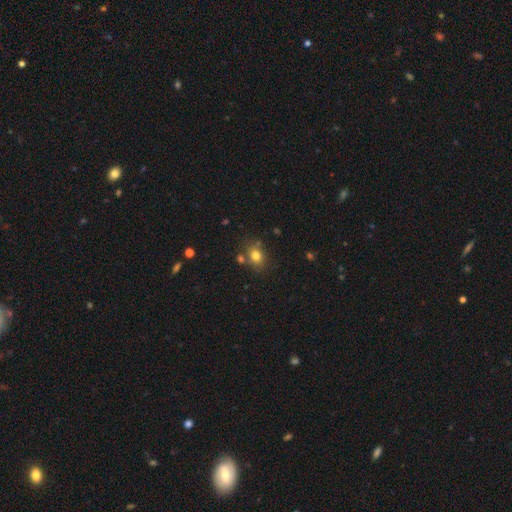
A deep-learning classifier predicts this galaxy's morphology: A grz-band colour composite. It shows a smooth galaxy with no disk features (78%) that is in between round and cigar-shaped (52%). Merging: none (69%).